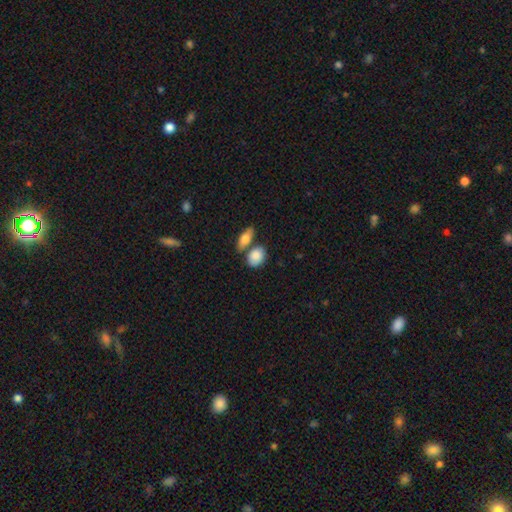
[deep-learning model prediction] A smooth galaxy with no disk features (85%) that is in between round and cigar-shaped (70%).

Vote fractions:
- Smooth or featured? smooth: 85% / featured or disk: 9% / star or artifact: 6%
- How rounded? in between: 70% / round: 27% / cigar-shaped: 3%
- Merging? none: 55% / merger: 28% / minor disturbance: 14% / major disturbance: 4%